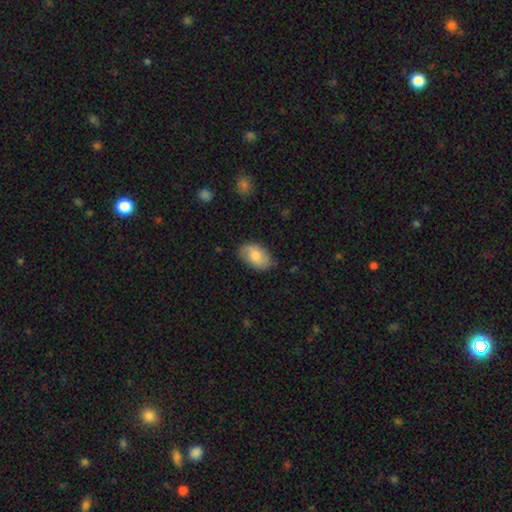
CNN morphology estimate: Smooth or featured: smooth — 72% (featured or disk — 21%)
How rounded: in between — 92% (round — 7%)
Merging: none — 77% (minor disturbance — 18%)